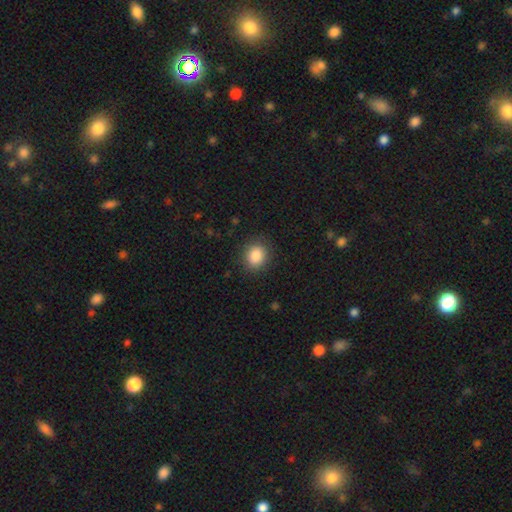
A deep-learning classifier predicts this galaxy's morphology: Smooth or featured? smooth (87%)
How rounded? round (62%)
Merging? none (87%)